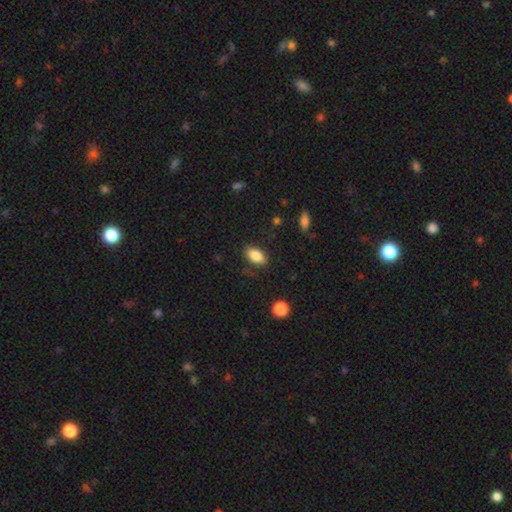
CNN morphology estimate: A smooth galaxy with no disk features (84%) that is in between round and cigar-shaped (90%). Merging: none (83%).